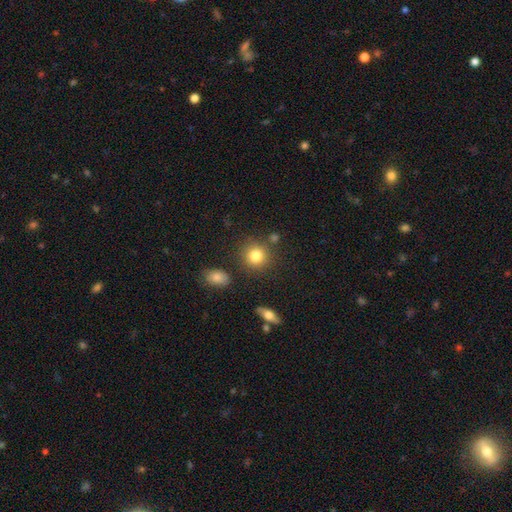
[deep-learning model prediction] Overall: smooth (82%). How rounded: round (88%). Merging: none (82%).